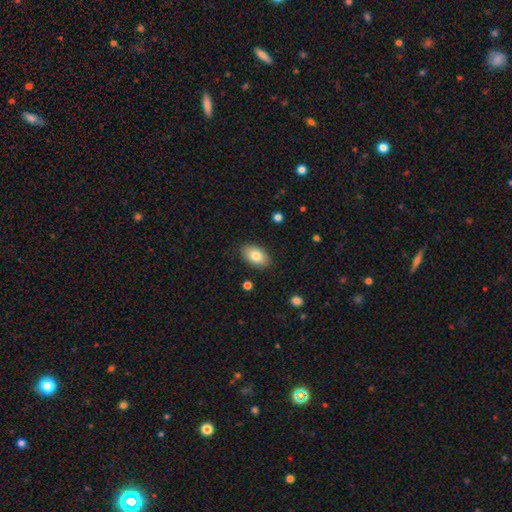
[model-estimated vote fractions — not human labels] smooth 81%, featured or disk 12%, star or artifact 7%. Down the decision tree: how rounded — in between (92%); merging — none (87%).